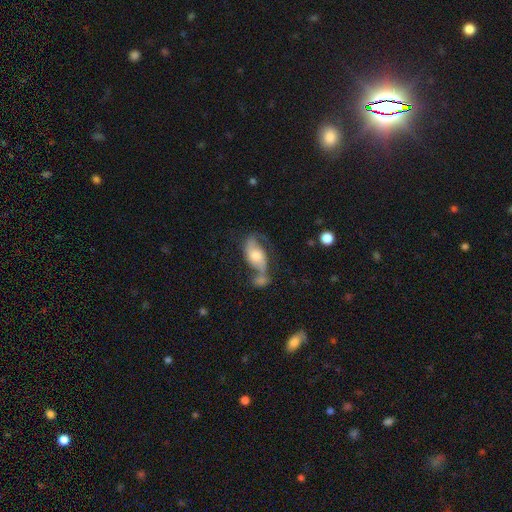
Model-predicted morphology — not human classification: A featured or disk galaxy (63%) with no bar (64%), spiral arms (84%) and a moderate central bulge (46%).

Vote fractions:
- Smooth or featured? featured or disk: 63% / smooth: 29% / star or artifact: 7%
- Edge-on disk? no: 92% / yes: 8%
- Bar? no: 64% / weak: 28% / strong: 8%
- Spiral arms? yes: 84% / no: 16%
- Bulge size? moderate: 46% / large: 27% / small: 17% / none: 6% / dominant: 3%
- Merging? none: 34% / merger: 30% / minor disturbance: 19% / major disturbance: 17%